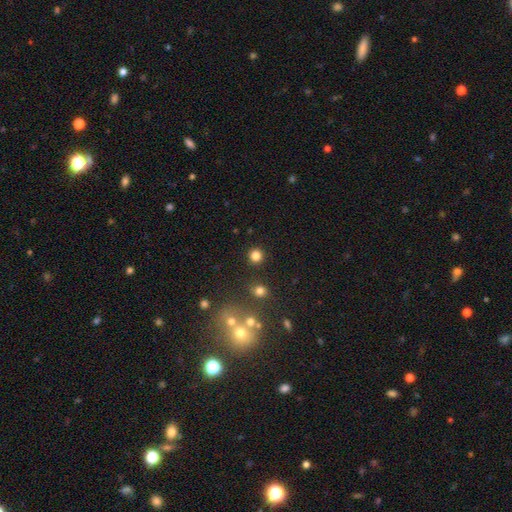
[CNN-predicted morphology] The model was most divided on "smooth or featured": smooth: 81%, star or artifact: 15%, featured or disk: 5%. More confident: how rounded — round (93%); merging — none (89%).